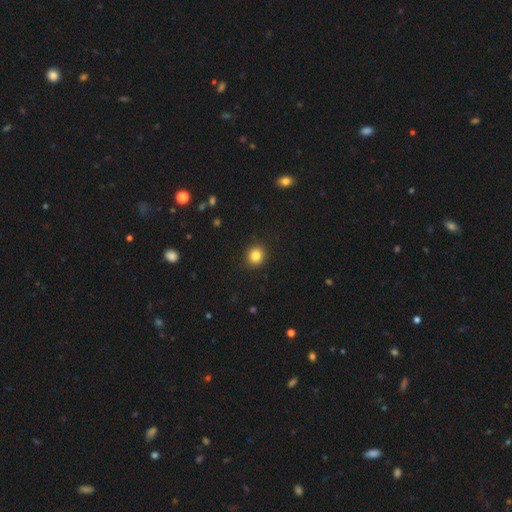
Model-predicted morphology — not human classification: Overall: smooth (84%). How rounded: round (88%). Merging: none (92%).